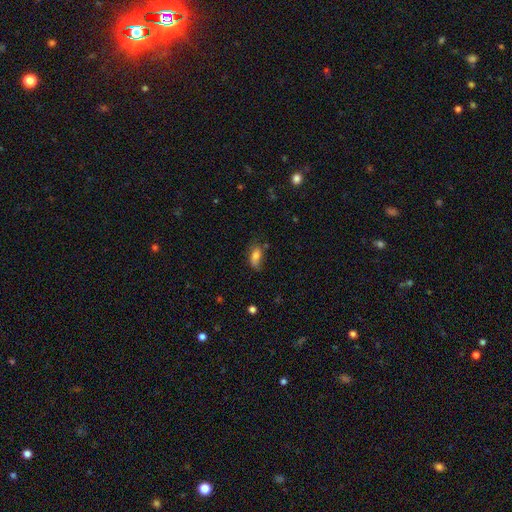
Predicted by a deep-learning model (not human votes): smooth-or-featured: smooth: 76% | featured or disk: 15% | star or artifact: 9%
  how-rounded: in between: 85% | cigar-shaped: 10% | round: 4%
  merging: none: 52% | minor disturbance: 32% | major disturbance: 11% | merger: 5%